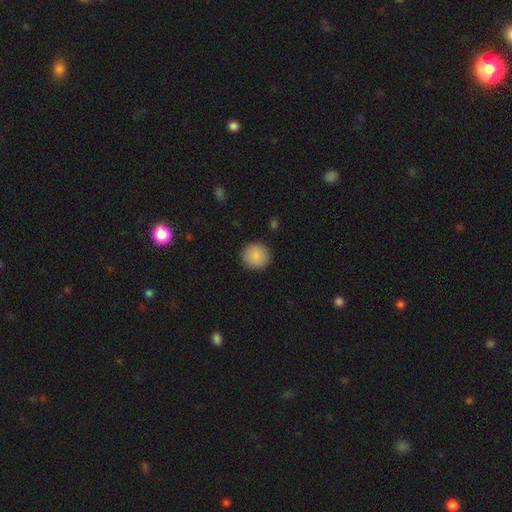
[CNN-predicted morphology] type=smooth (89%); roundness=round (93%); merging=none (91%).